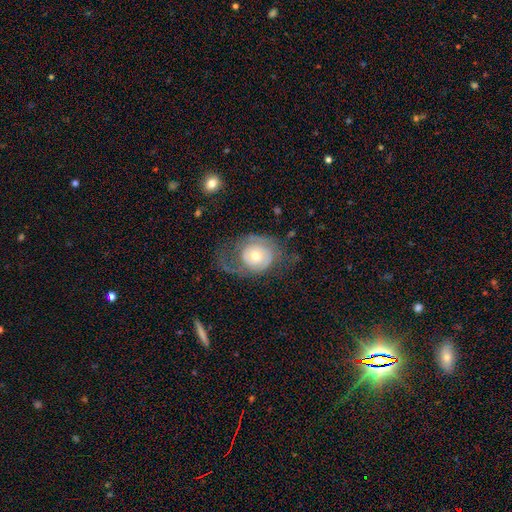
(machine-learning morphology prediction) A featured or disk galaxy (68%) with no bar (78%), 2 (51%) tight (43%) spiral arms (78%) and a moderate central bulge (63%).

Vote fractions:
- Smooth or featured? featured or disk: 68% / smooth: 26% / star or artifact: 6%
- Edge-on disk? no: 96% / yes: 4%
- Bar? no: 78% / weak: 18% / strong: 4%
- Spiral arms? yes: 78% / no: 22%
- Spiral winding? tight: 43% / medium: 34% / loose: 23%
- Spiral arm count? 2: 51% / 1: 22% / can't tell: 20% / 3: 4% / 4: 2% / more than 4: 2%
- Bulge size? moderate: 63% / small: 27% / large: 7% / dominant: 1% / none: 1%
- Merging? none: 46% / major disturbance: 31% / minor disturbance: 21% / merger: 2%